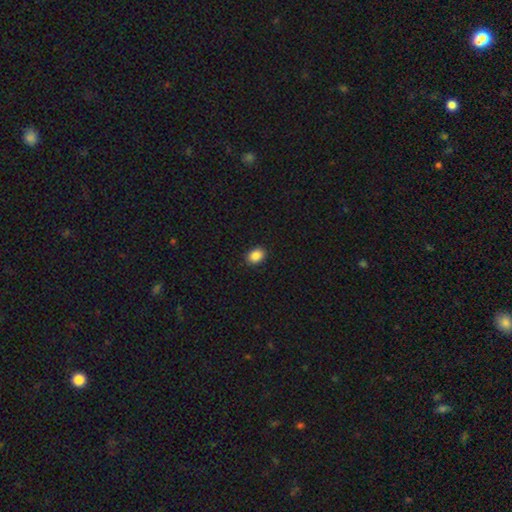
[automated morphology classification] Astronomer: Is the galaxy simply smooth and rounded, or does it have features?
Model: smooth — 88%.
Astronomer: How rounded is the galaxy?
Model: in between — 69%.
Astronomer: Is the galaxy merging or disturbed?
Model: none — 91%.